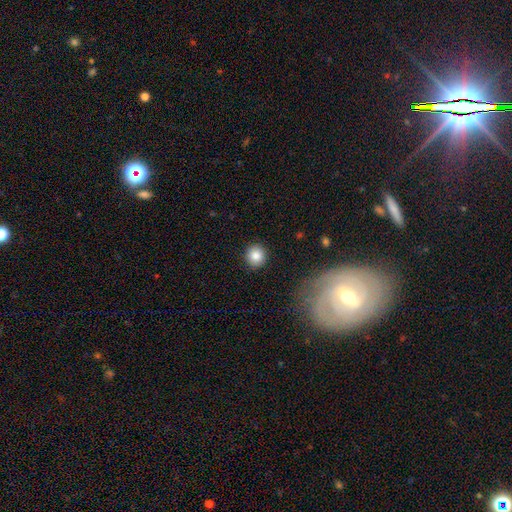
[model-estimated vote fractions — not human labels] Q: Smooth or featured?
A: smooth (85%); runner-up: star or artifact (9%)
Q: How rounded?
A: round (91%); runner-up: in between (8%)
Q: Merging?
A: none (91%); runner-up: minor disturbance (5%)